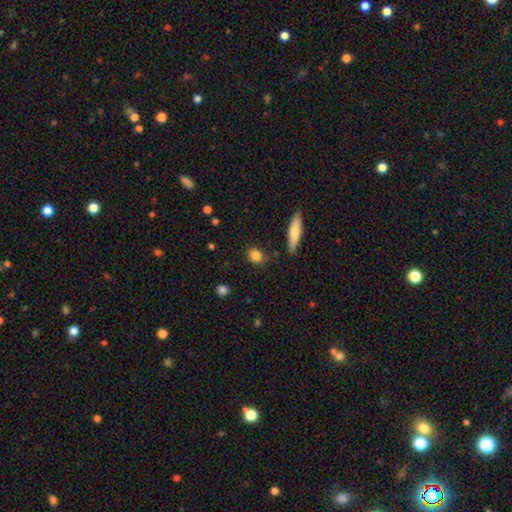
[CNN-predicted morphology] This appears to be a smooth galaxy with no disk features (84%) that is round (47%, tied with in between). Merging: none (83%).